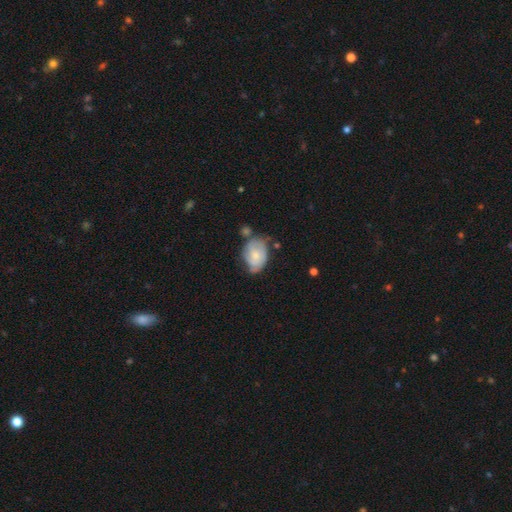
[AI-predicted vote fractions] Q: Smooth or featured?
A: smooth (48%); runner-up: featured or disk (46%)
Q: Merging?
A: none (45%); runner-up: minor disturbance (34%)